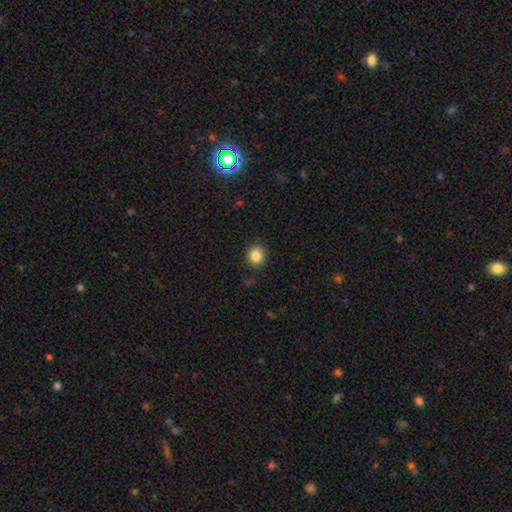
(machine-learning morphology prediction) smooth 86%, star or artifact 10%, featured or disk 4%. Down the decision tree: how rounded — round (84%); merging — none (88%).